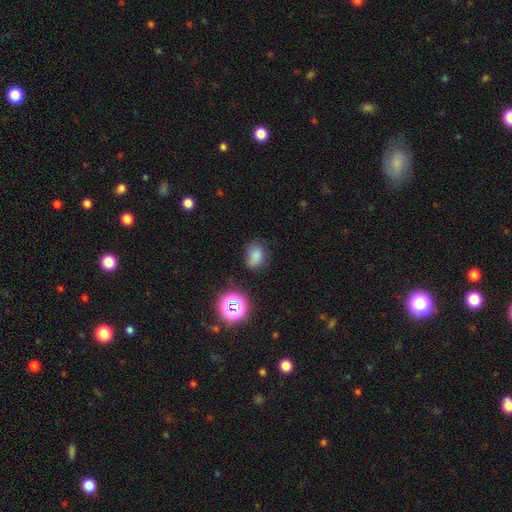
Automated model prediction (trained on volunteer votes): The model was most divided on "how rounded": in between: 67%, round: 32%, cigar-shaped: 1%. More confident: smooth or featured — smooth (76%); merging — none (67%).